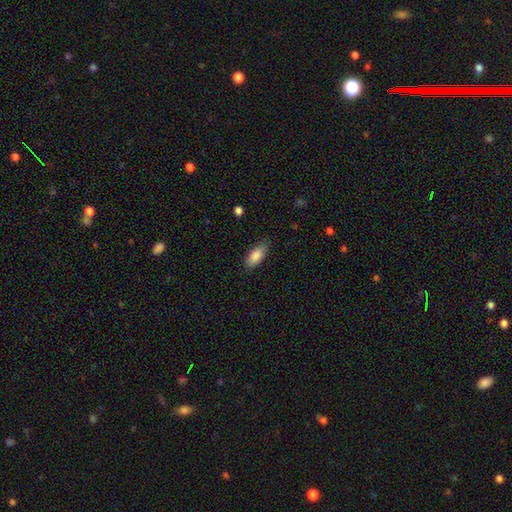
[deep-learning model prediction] Q: Smooth or featured?
A: smooth (86%); runner-up: featured or disk (8%)
Q: How rounded?
A: in between (81%); runner-up: cigar-shaped (17%)
Q: Merging?
A: none (79%); runner-up: minor disturbance (16%)